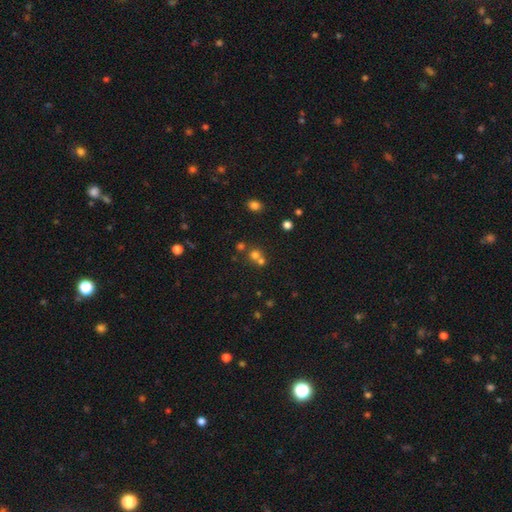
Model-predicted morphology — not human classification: Smooth or featured?
  - smooth: 64% *
  - star or artifact: 22%
  - featured or disk: 13%
How rounded?
  - round: 86% *
  - in between: 13%
  - cigar-shaped: 1%
Merging?
  - none: 47% *
  - merger: 45%
  - minor disturbance: 6%
  - major disturbance: 3%